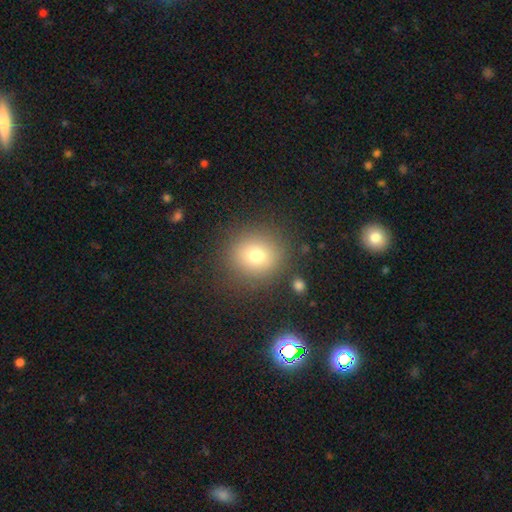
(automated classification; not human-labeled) Overall: smooth (73%). How rounded: round (88%). Merging: none (87%).